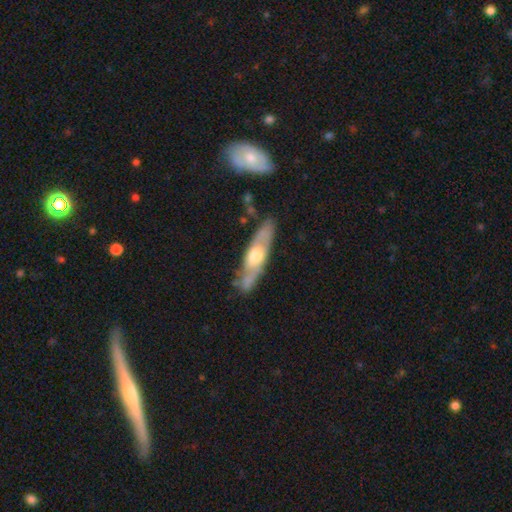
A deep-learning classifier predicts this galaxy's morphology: Q: Smooth or featured?
A: featured or disk (62%); runner-up: smooth (33%)
Q: Edge-on disk?
A: yes (53%); runner-up: no (47%)
Q: Merging?
A: none (78%); runner-up: minor disturbance (16%)